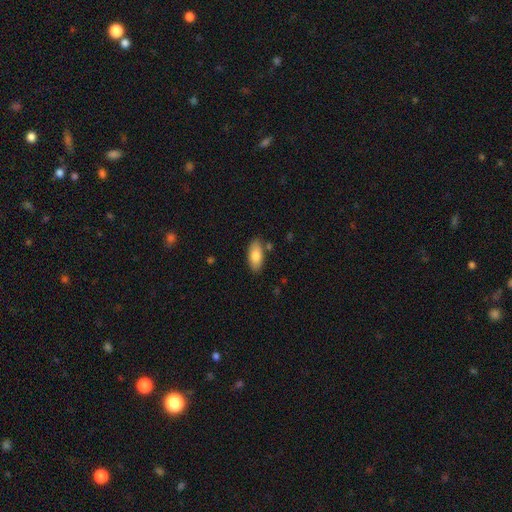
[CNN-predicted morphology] This is likely a smooth galaxy (80%). How rounded: clearly in between (88%). Merging: clearly none (82%).